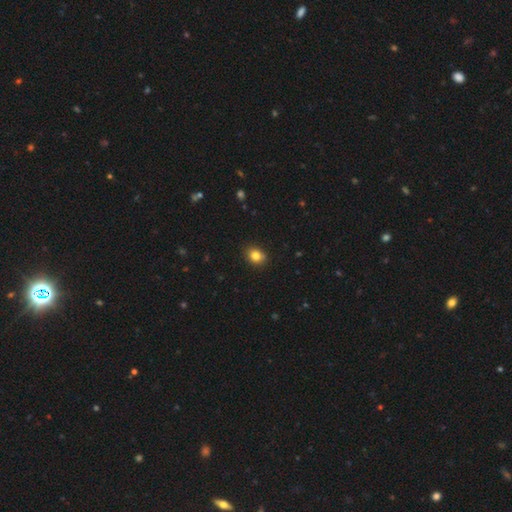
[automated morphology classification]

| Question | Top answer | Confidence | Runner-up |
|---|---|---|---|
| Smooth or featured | smooth | 83% | star or artifact (10%) |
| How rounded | round | 53% | in between (46%) |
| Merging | none | 88% | minor disturbance (9%) |